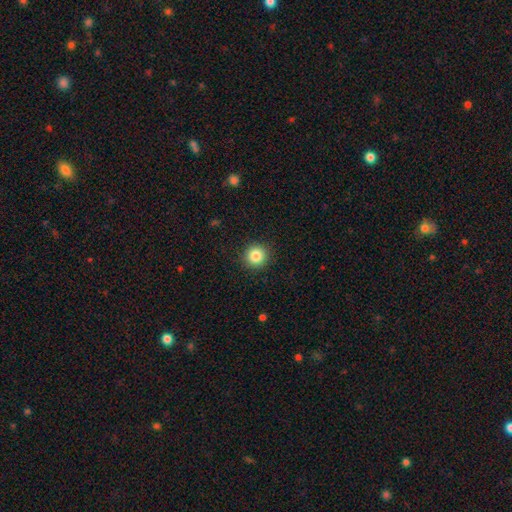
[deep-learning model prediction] Morphology: type=smooth (85%); roundness=round (94%); merging=none (92%).